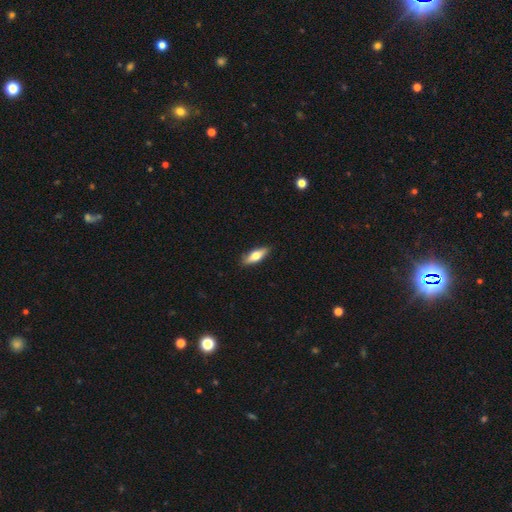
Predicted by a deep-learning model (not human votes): A smooth galaxy with no disk features (59%) that is in between round and cigar-shaped (52%).

Vote fractions:
- Smooth or featured? smooth: 59% / featured or disk: 36% / star or artifact: 6%
- How rounded? in between: 52% / cigar-shaped: 46% / round: 3%
- Merging? none: 88% / minor disturbance: 9% / major disturbance: 2% / merger: 1%